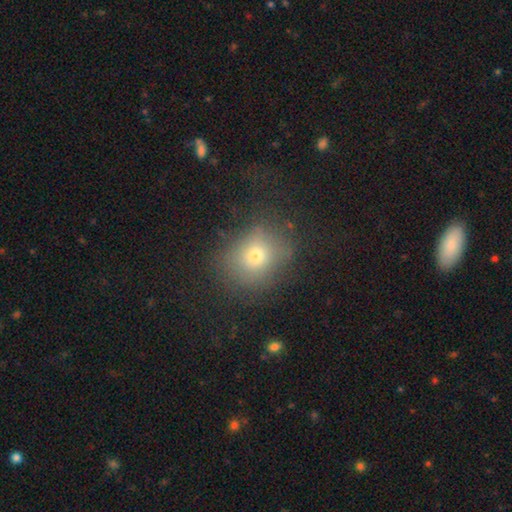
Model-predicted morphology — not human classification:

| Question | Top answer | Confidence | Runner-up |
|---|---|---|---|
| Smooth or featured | smooth | 69% | star or artifact (17%) |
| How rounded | round | 62% | in between (37%) |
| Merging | none | 69% | minor disturbance (18%) |